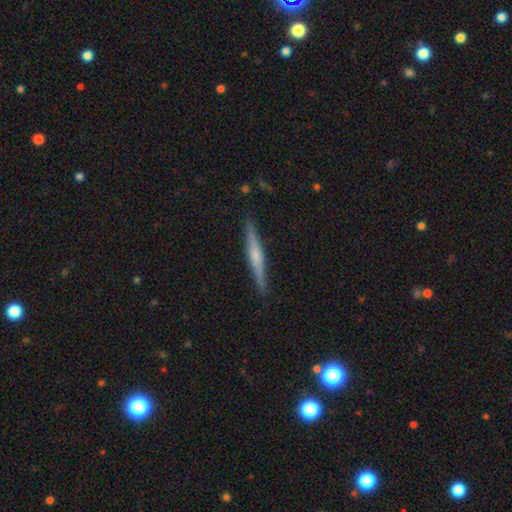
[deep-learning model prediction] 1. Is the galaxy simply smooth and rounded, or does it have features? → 65% featured or disk, 29% smooth, 6% star or artifact.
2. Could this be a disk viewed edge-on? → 98% yes, 2% no.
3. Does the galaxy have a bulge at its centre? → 62% rounded, 20% none, 18% boxy.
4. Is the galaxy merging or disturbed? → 91% none, 7% minor disturbance, 1% major disturbance, 1% merger.